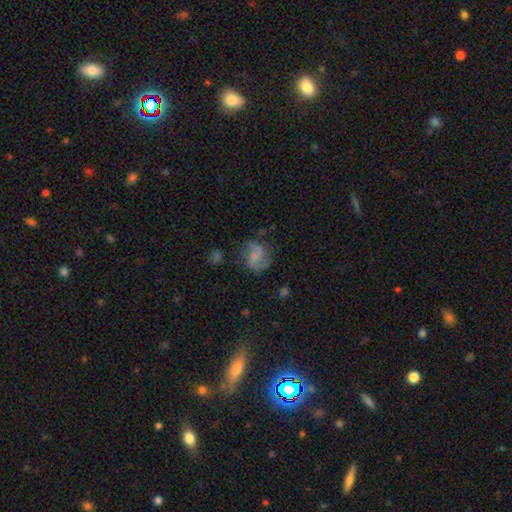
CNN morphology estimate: type=featured or disk (51%); edge-on=no (98%); merging=none (60%).